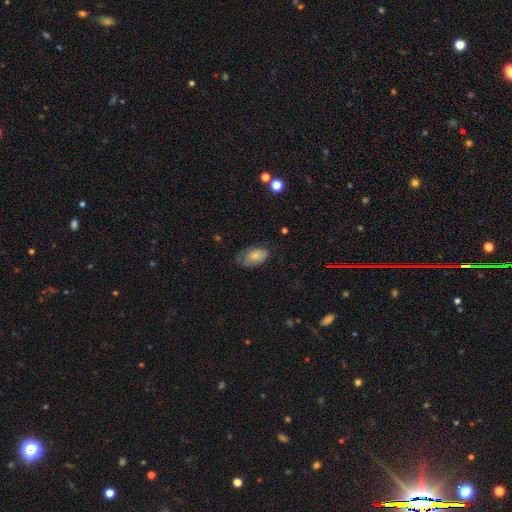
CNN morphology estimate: smooth 80%, featured or disk 13%, star or artifact 7%. Down the decision tree: how rounded — in between (92%); merging — none (60%).